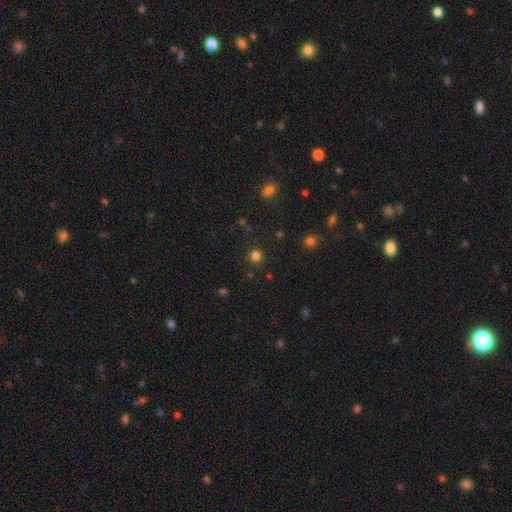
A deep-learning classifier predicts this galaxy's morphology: Smooth or featured?
  - smooth: 79% *
  - star or artifact: 17%
  - featured or disk: 4%
How rounded?
  - round: 90% *
  - in between: 9%
  - cigar-shaped: 1%
Merging?
  - none: 88% *
  - minor disturbance: 7%
  - major disturbance: 3%
  - merger: 2%